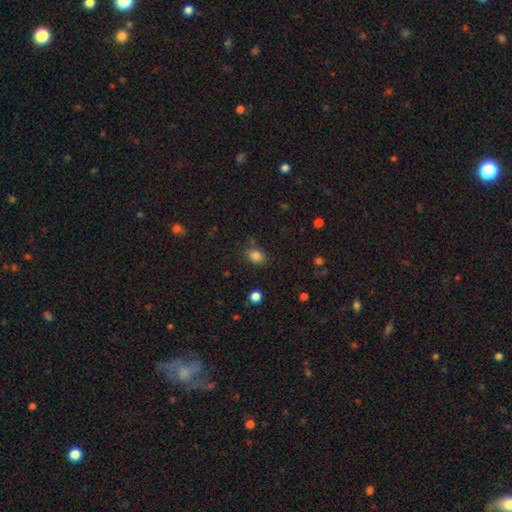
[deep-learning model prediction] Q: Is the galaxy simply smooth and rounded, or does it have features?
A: smooth — 83%.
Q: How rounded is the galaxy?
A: in between — 53%.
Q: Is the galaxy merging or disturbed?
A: none — 76%.